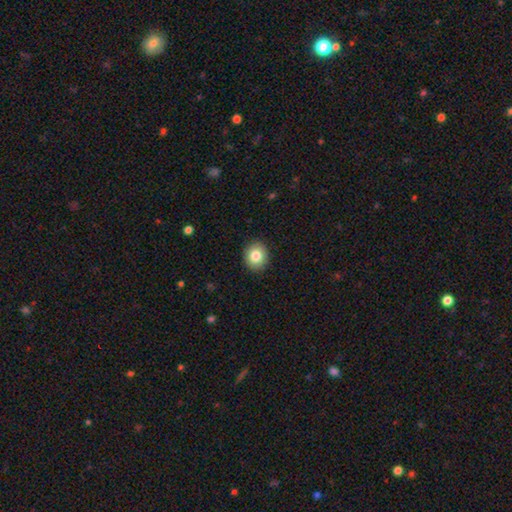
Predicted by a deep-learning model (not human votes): Q: Smooth or featured?
A: smooth (83%); runner-up: star or artifact (9%)
Q: How rounded?
A: round (70%); runner-up: in between (30%)
Q: Merging?
A: none (91%); runner-up: minor disturbance (7%)